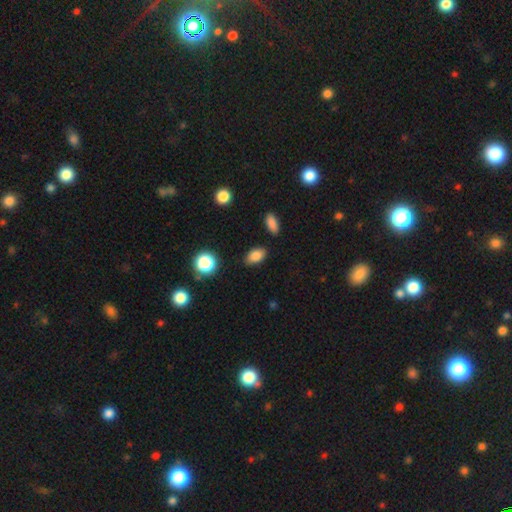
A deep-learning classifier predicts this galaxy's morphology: This appears to be a smooth galaxy with no disk features (84%) that is in between round and cigar-shaped (89%). Merging: none (82%).